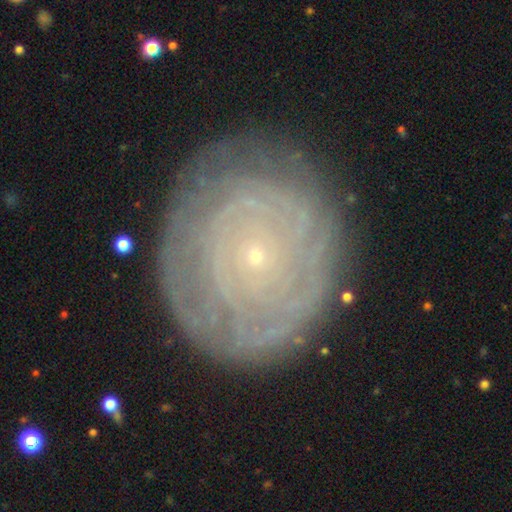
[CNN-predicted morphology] This appears to be a featured or disk galaxy (71%) with no bar (88%), tight (86%) spiral arms (77%) and a small central bulge (92%). Merging: none (80%).